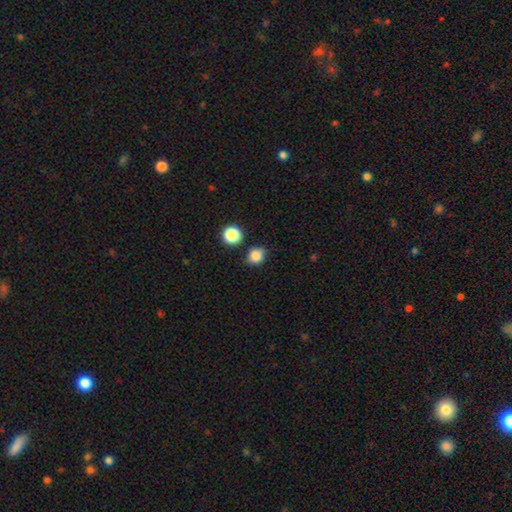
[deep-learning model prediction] This is clearly a smooth galaxy (84%). How rounded: likely round (75%). Merging: likely none (76%).